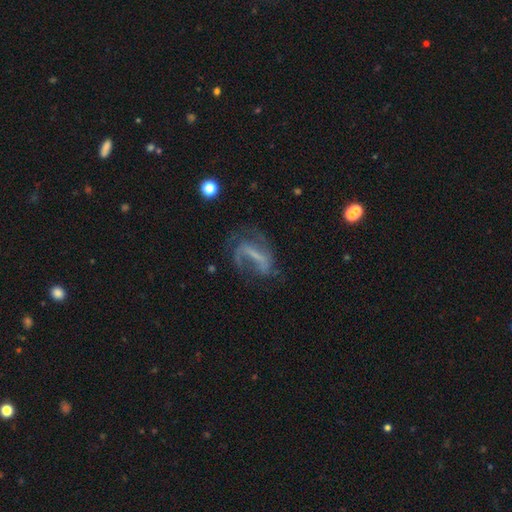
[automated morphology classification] Smooth or featured?
  - featured or disk: 69% *
  - smooth: 19%
  - star or artifact: 12%
Edge-on disk?
  - no: 91% *
  - yes: 9%
Bar?
  - strong: 45% *
  - weak: 31%
  - no: 24%
Spiral arms?
  - yes: 72% *
  - no: 28%
Bulge size?
  - none: 59% *
  - small: 25%
  - moderate: 11%
  - large: 3%
  - dominant: 1%
Merging?
  - none: 41% *
  - major disturbance: 35%
  - minor disturbance: 20%
  - merger: 4%